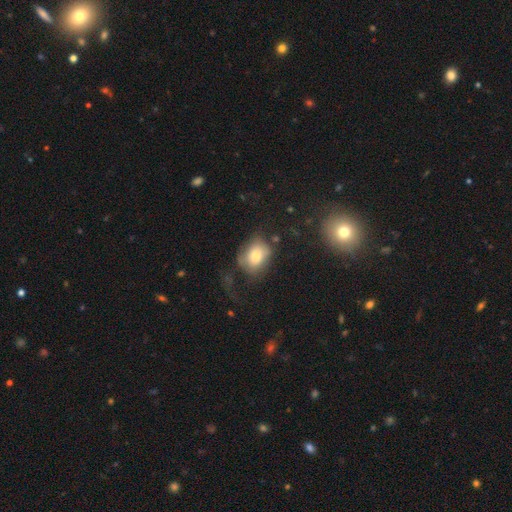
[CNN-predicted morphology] A smooth galaxy with no disk features (71%) that is in between round and cigar-shaped (60%). Merging: none (38%).